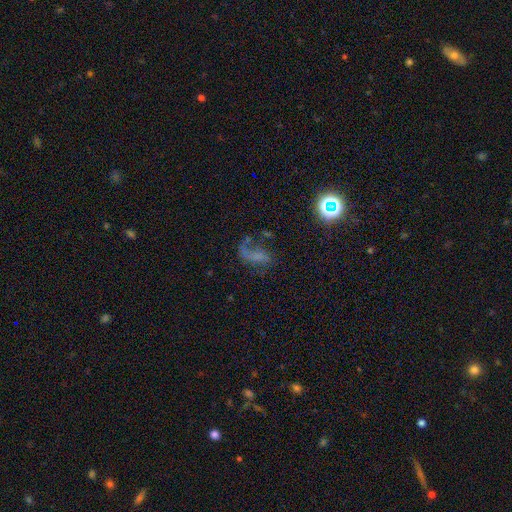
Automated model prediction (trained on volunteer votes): Smooth or featured? featured or disk (46%)
Merging? none (37%)